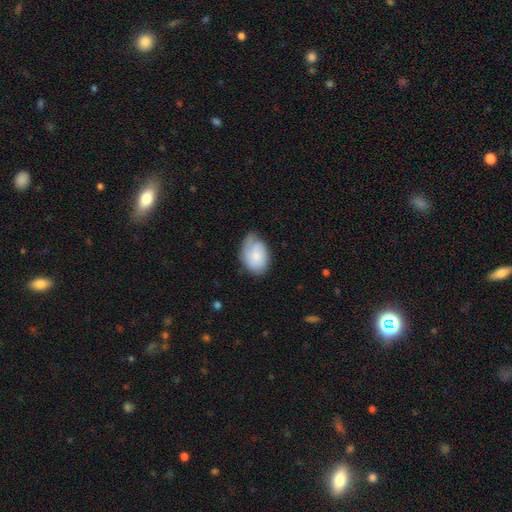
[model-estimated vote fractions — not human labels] The model was most divided on "smooth or featured": smooth: 52%, featured or disk: 42%, star or artifact: 6%. More confident: how rounded — in between (83%); merging — none (57%).